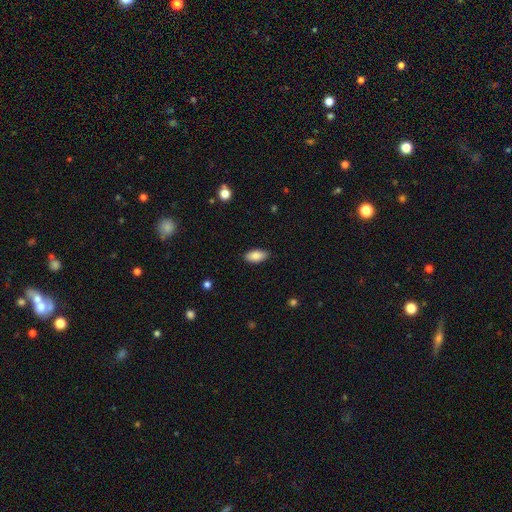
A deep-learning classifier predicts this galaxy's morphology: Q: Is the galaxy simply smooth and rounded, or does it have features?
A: smooth — 87%.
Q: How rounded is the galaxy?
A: in between — 91%.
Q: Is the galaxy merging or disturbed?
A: none — 87%.